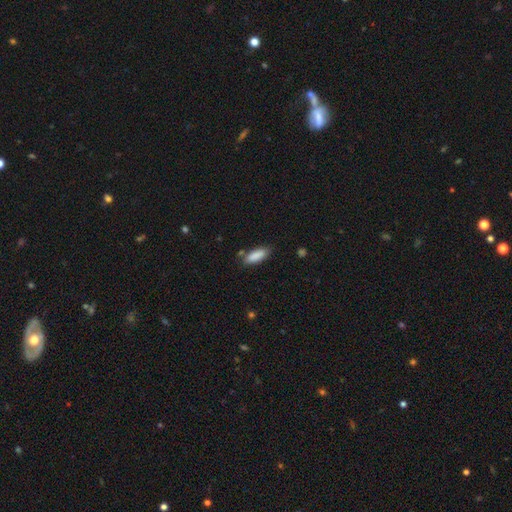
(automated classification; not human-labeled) A smooth galaxy with no disk features (87%) that is in between round and cigar-shaped (64%).

Vote fractions:
- Smooth or featured? smooth: 87% / star or artifact: 6% / featured or disk: 6%
- How rounded? in between: 64% / cigar-shaped: 35% / round: 2%
- Merging? none: 77% / minor disturbance: 16% / merger: 4% / major disturbance: 3%